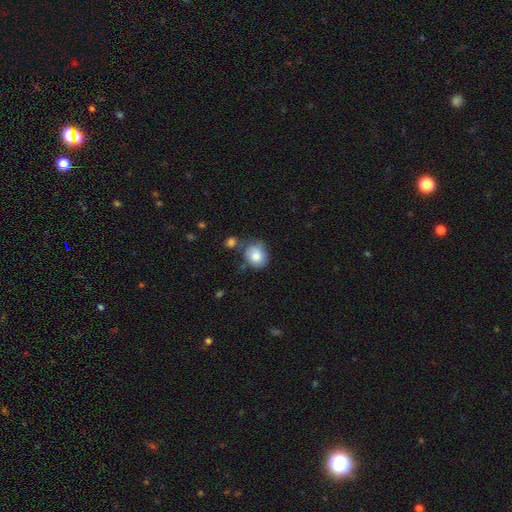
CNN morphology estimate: Overall: smooth (82%). How rounded: round (69%; in between 31%). Merging: none (59%; minor disturbance 23%).